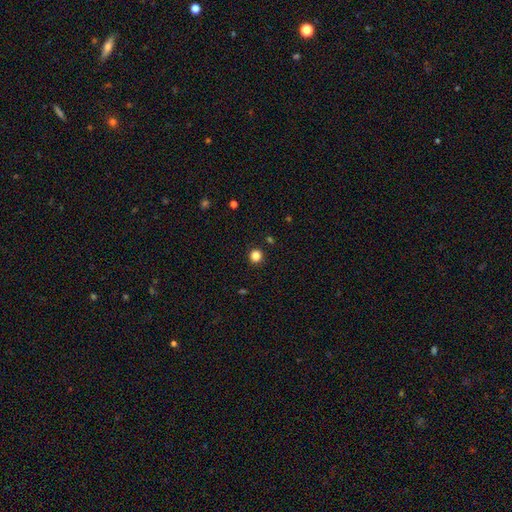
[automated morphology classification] A smooth galaxy with no disk features (84%) that is round (93%). Merging: none (92%).